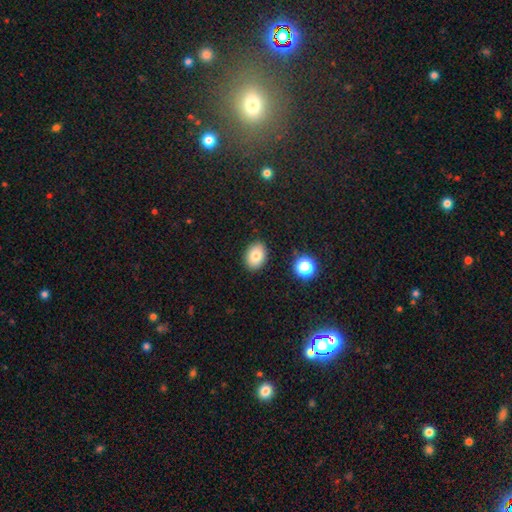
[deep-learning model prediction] Morphology: type=smooth (82%); roundness=in between (76%); merging=none (89%).